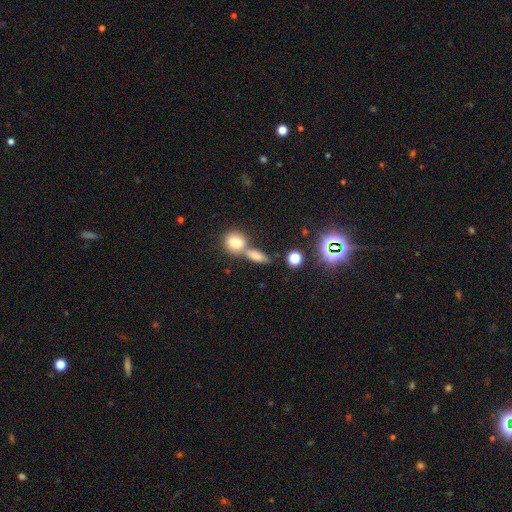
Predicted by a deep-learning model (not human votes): Morphology: type=smooth (74%); roundness=in between (60%); merging=none (45%).